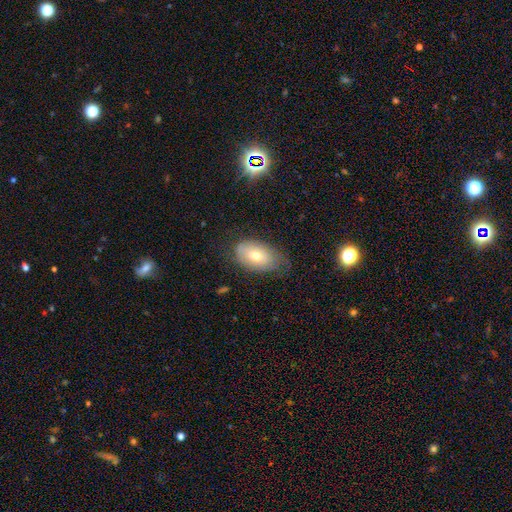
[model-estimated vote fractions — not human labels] Overall: smooth (61%; featured or disk 29%). How rounded: in between (92%). Merging: none (59%; minor disturbance 30%).